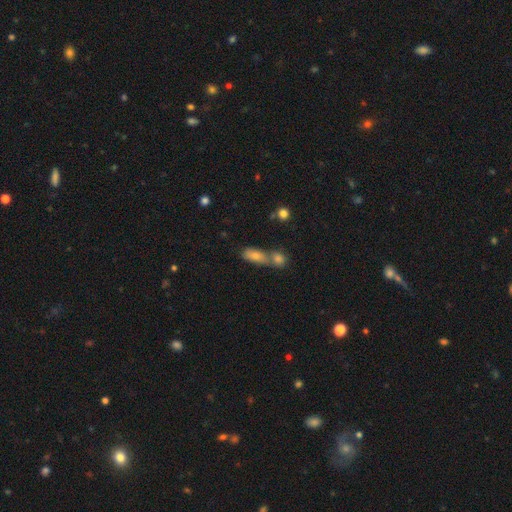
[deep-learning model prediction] Morphology: type=smooth (66%); roundness=in between (68%); merging=merger (50%).